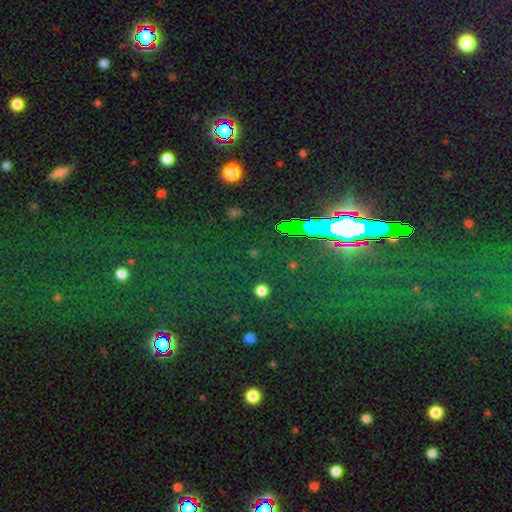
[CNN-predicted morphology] type=star or artifact (77%).